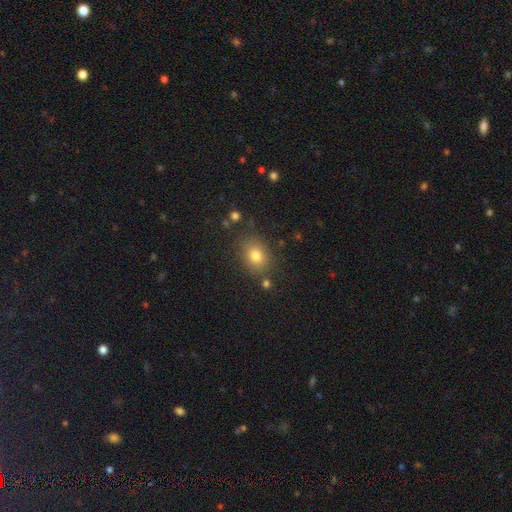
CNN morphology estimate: A smooth galaxy with no disk features (78%) that is in between round and cigar-shaped (53%).

Vote fractions:
- Smooth or featured? smooth: 78% / star or artifact: 13% / featured or disk: 9%
- How rounded? in between: 53% / round: 45% / cigar-shaped: 1%
- Merging? none: 81% / minor disturbance: 11% / merger: 4% / major disturbance: 3%